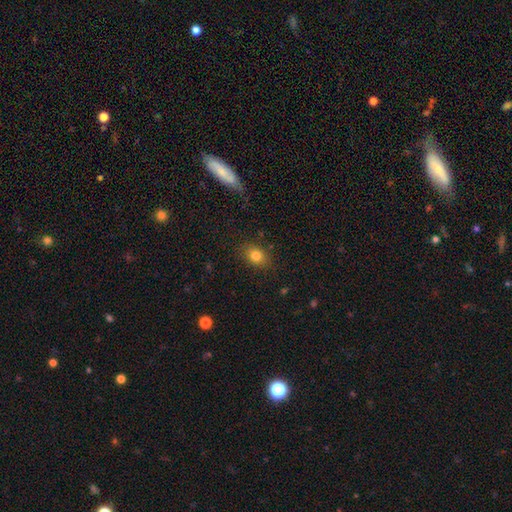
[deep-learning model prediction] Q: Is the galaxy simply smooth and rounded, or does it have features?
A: smooth — 82%.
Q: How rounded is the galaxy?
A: in between — 66%.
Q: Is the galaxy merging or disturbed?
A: none — 84%.